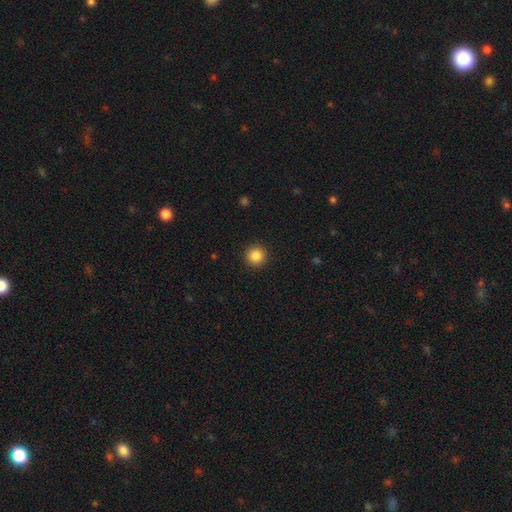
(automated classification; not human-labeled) Morphology: type=smooth (86%); roundness=round (96%); merging=none (93%).